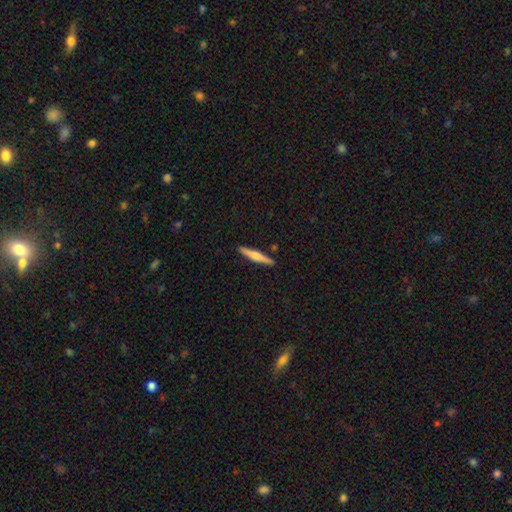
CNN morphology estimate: type=smooth (51%); roundness=cigar-shaped (92%); merging=none (90%).